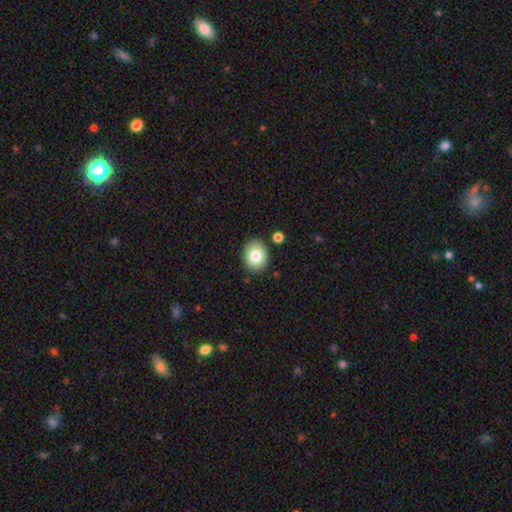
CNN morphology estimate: A smooth galaxy with no disk features (81%) that is round (56%).

Vote fractions:
- Smooth or featured? smooth: 81% / featured or disk: 10% / star or artifact: 9%
- How rounded? round: 56% / in between: 43% / cigar-shaped: 1%
- Merging? none: 86% / minor disturbance: 9% / merger: 3% / major disturbance: 2%